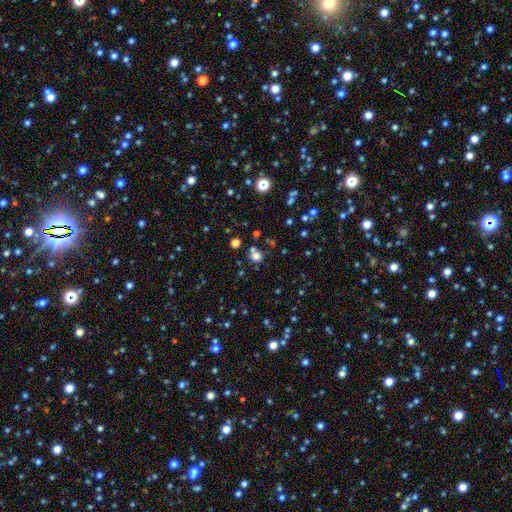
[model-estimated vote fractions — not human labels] Overall: smooth (72%). How rounded: round (86%). Merging: none (68%).